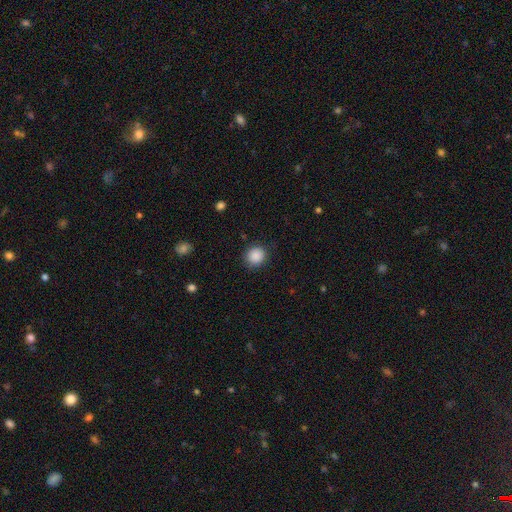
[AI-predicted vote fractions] Q: Smooth or featured?
A: smooth (88%); runner-up: star or artifact (9%)
Q: How rounded?
A: round (88%); runner-up: in between (11%)
Q: Merging?
A: none (87%); runner-up: minor disturbance (9%)